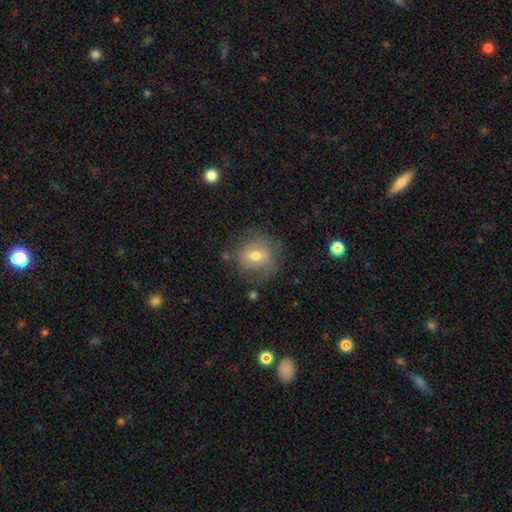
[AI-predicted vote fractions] Q: Smooth or featured?
A: smooth (55%); runner-up: featured or disk (37%)
Q: How rounded?
A: round (77%); runner-up: in between (22%)
Q: Merging?
A: none (68%); runner-up: minor disturbance (20%)